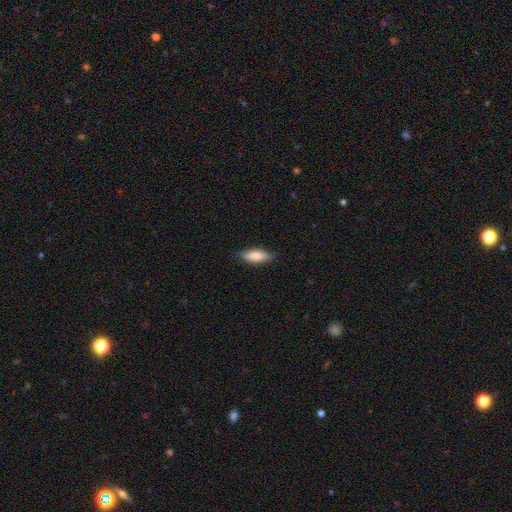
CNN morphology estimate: smooth_or_featured: smooth (p=0.82) [alt: featured or disk p=0.12]
how_rounded: in between (p=0.66) [alt: cigar-shaped p=0.32]
merging: none (p=0.84) [alt: minor disturbance p=0.12]